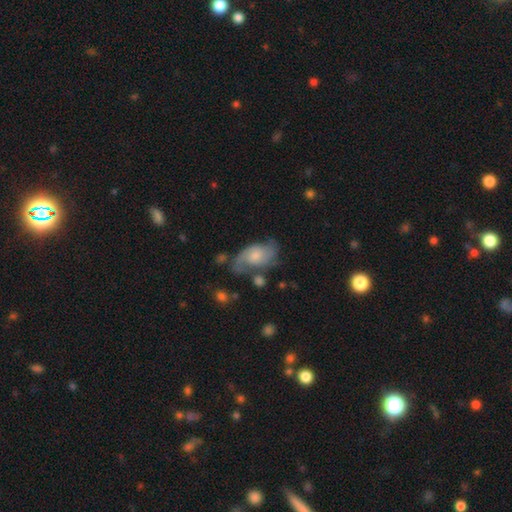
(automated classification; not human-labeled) Smooth or featured? Predicted: featured or disk (p=0.65). Edge-on disk? Predicted: no (p=0.95). Bar? Predicted: no (p=0.67). Spiral arms? Predicted: yes (p=0.88). Spiral winding? Predicted: medium (p=0.45). Spiral arm count? Predicted: 2 (p=0.73). Bulge size? Predicted: small (p=0.43). Merging? Predicted: none (p=0.50).